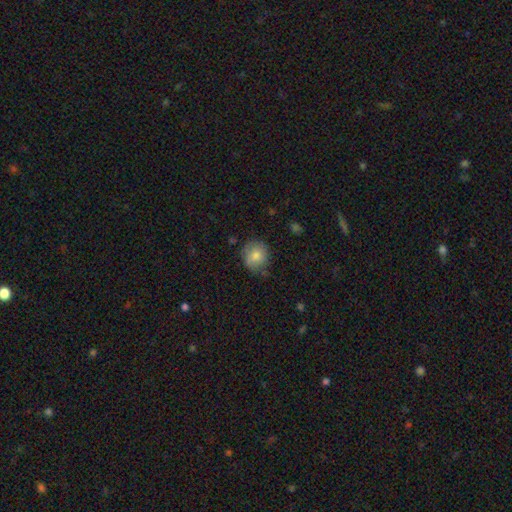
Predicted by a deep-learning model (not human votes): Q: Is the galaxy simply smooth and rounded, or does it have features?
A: smooth — 76%.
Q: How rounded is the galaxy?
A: round — 84%.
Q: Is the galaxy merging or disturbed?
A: none — 69%.